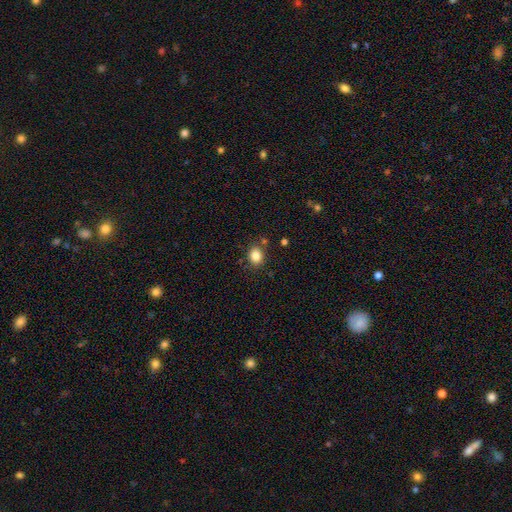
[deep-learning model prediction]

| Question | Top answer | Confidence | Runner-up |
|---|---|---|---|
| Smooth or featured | smooth | 84% | star or artifact (10%) |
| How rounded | round | 57% | in between (42%) |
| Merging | none | 79% | minor disturbance (12%) |